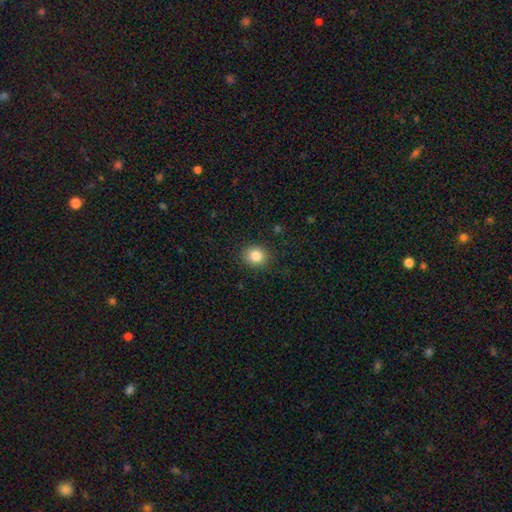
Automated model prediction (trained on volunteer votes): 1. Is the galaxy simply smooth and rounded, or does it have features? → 84% smooth, 10% star or artifact, 5% featured or disk.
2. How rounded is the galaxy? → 78% round, 21% in between, 1% cigar-shaped.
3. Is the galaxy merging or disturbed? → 89% none, 7% minor disturbance, 2% major disturbance, 1% merger.